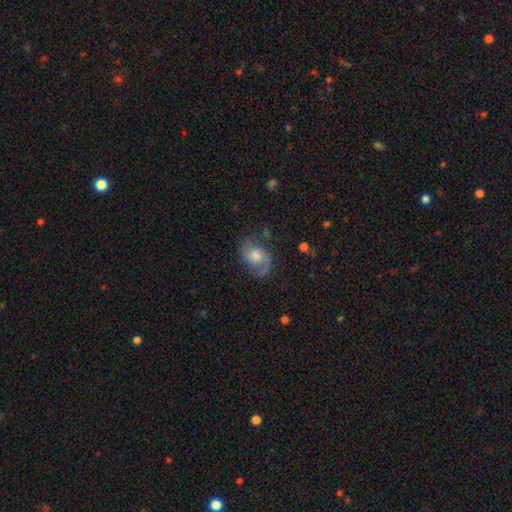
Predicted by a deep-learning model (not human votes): featured or disk 69%, smooth 22%, star or artifact 8%. Down the decision tree: edge-on disk — no (97%); bar — no (63%); spiral arms — yes (91%); spiral arm count — 2 (85%); spiral winding — medium (49%); bulge size — moderate (46%); merging — none (70%).